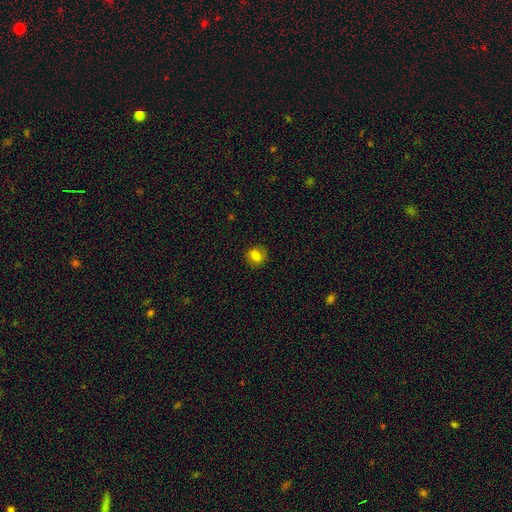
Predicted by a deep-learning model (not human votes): Smooth or featured?
  - smooth: 78% *
  - featured or disk: 12%
  - star or artifact: 11%
How rounded?
  - round: 75% *
  - in between: 24%
  - cigar-shaped: 1%
Merging?
  - none: 85% *
  - minor disturbance: 11%
  - major disturbance: 3%
  - merger: 1%